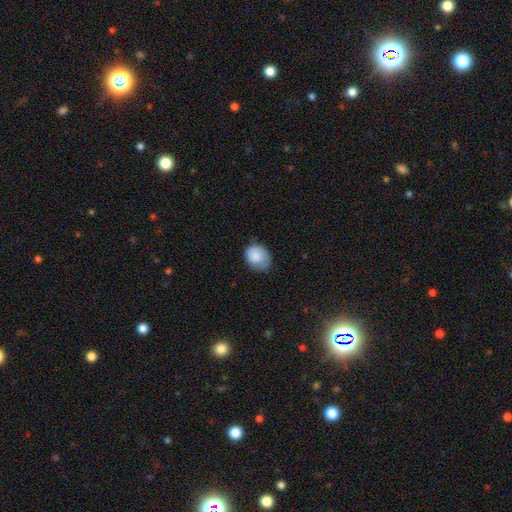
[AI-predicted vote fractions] Overall: smooth (84%). How rounded: round (50%, tied with in between). Merging: none (53%; minor disturbance 36%).